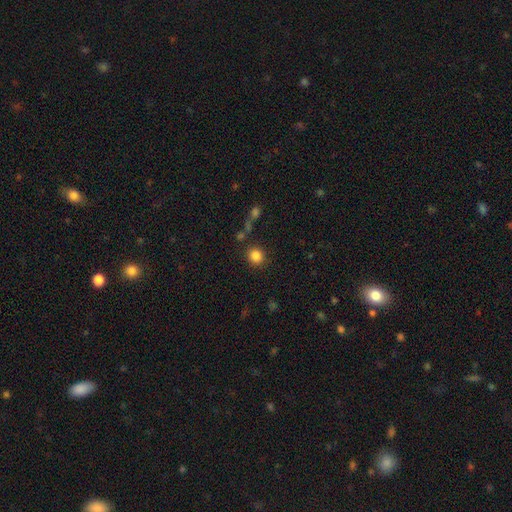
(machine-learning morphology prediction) This is clearly a smooth galaxy (85%). How rounded: clearly round (88%). Merging: clearly none (86%).